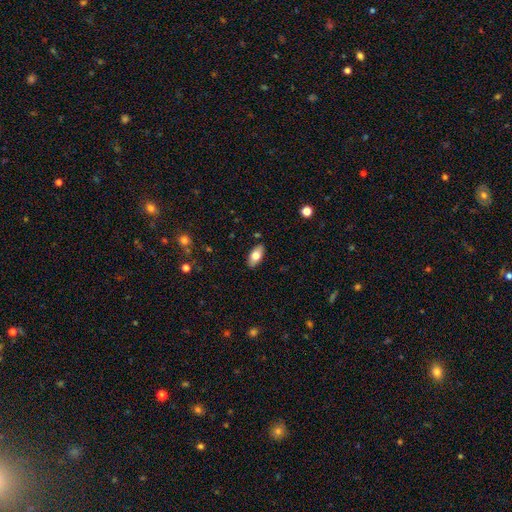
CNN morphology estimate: Smooth or featured?
  - smooth: 76% *
  - featured or disk: 18%
  - star or artifact: 7%
How rounded?
  - in between: 91% *
  - cigar-shaped: 6%
  - round: 3%
Merging?
  - none: 88% *
  - minor disturbance: 9%
  - major disturbance: 2%
  - merger: 1%